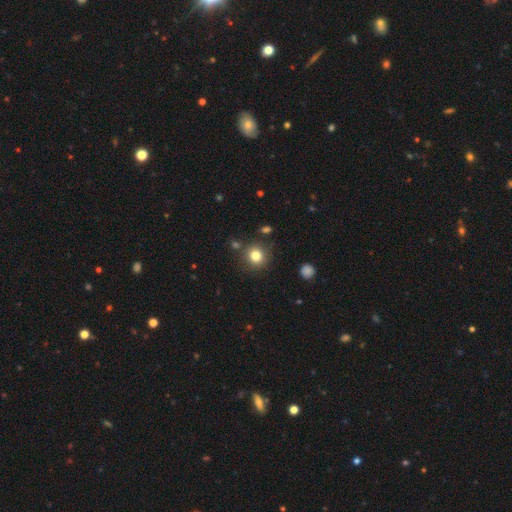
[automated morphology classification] Smooth or featured?
  - smooth: 81% *
  - star or artifact: 12%
  - featured or disk: 7%
How rounded?
  - round: 89% *
  - in between: 10%
  - cigar-shaped: 1%
Merging?
  - none: 84% *
  - minor disturbance: 9%
  - merger: 4%
  - major disturbance: 3%